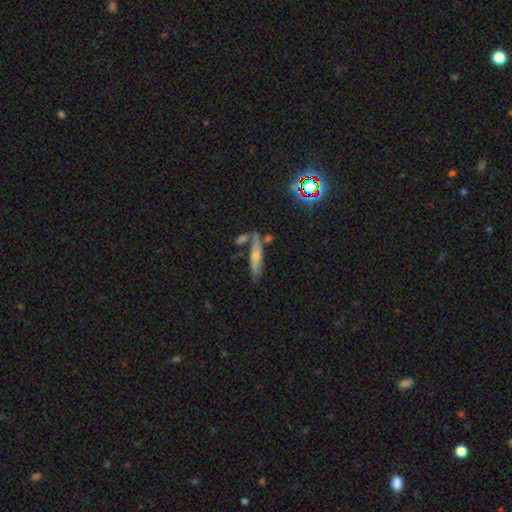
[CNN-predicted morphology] Smooth or featured? smooth (46%)
Merging? none (61%)